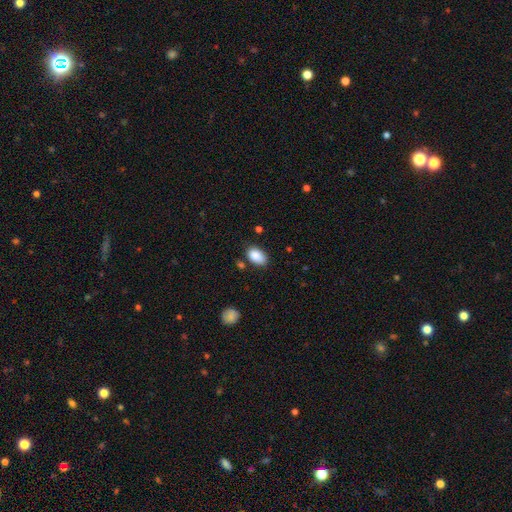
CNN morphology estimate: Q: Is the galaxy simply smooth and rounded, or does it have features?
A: smooth — 88%.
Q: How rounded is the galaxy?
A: in between — 90%.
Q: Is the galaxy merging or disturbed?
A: none — 73%.